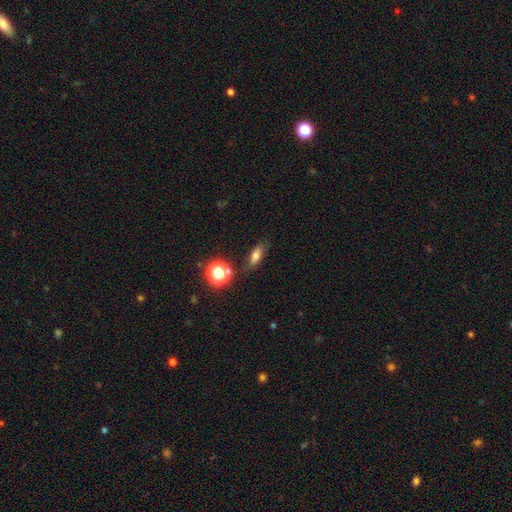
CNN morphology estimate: smooth_or_featured: smooth (p=0.66) [alt: featured or disk p=0.18]
how_rounded: in between (p=0.60) [alt: cigar-shaped p=0.28]
merging: none (p=0.76) [alt: minor disturbance p=0.16]